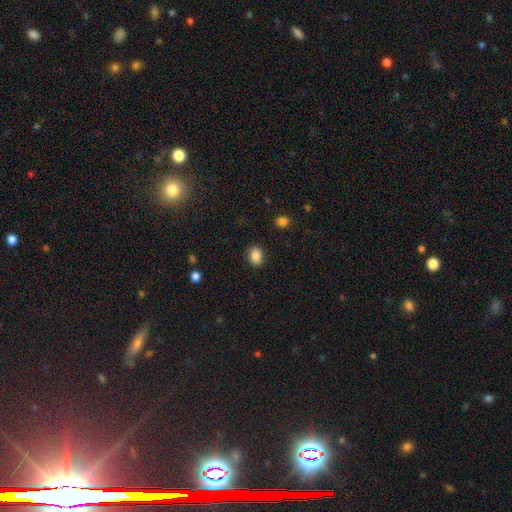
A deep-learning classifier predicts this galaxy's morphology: A smooth galaxy with no disk features (87%) that is in between round and cigar-shaped (55%). Merging: none (88%).